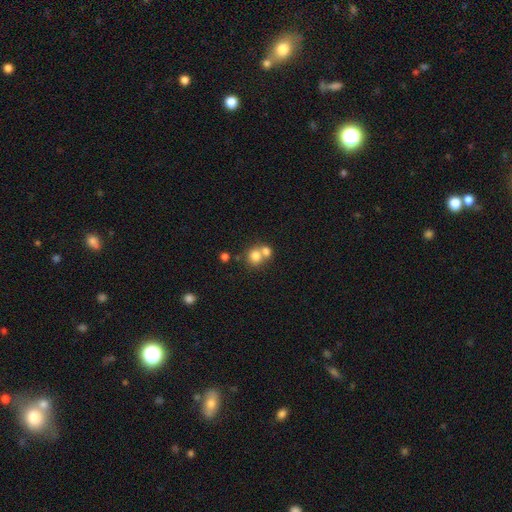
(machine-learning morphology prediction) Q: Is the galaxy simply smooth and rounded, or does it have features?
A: smooth — 76%.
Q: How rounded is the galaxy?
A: round — 81%.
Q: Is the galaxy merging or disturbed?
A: merger — 54%.